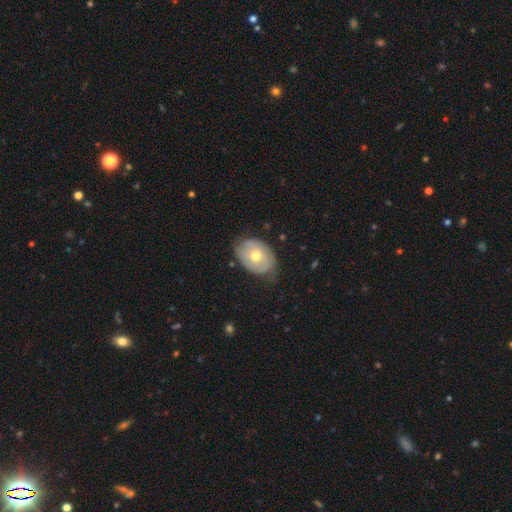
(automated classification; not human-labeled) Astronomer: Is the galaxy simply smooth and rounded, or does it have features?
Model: smooth — 51% (runner-up: featured or disk, 42%).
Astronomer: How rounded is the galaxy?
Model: in between — 73%.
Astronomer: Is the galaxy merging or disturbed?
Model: none — 61%.